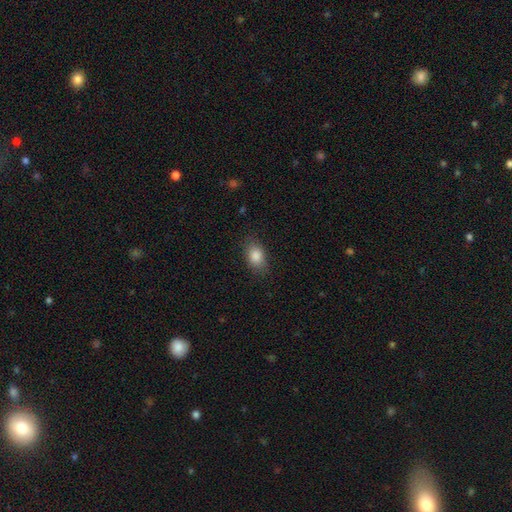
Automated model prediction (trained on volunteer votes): A smooth galaxy with no disk features (86%) that is in between round and cigar-shaped (84%). Merging: none (83%).